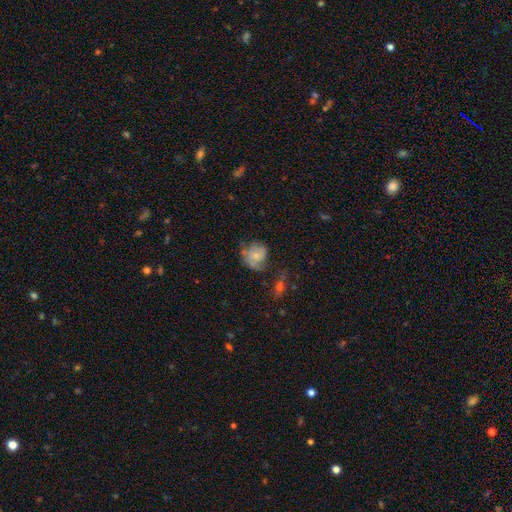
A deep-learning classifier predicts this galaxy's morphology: Smooth or featured: smooth — 54% (featured or disk — 37%)
How rounded: round — 69% (in between — 30%)
Merging: none — 47% (minor disturbance — 30%)